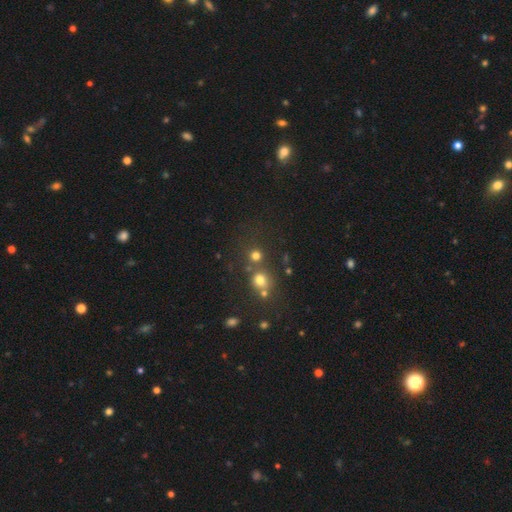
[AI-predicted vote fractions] A smooth galaxy with no disk features (71%) that is round (88%). Merging: none (63%).